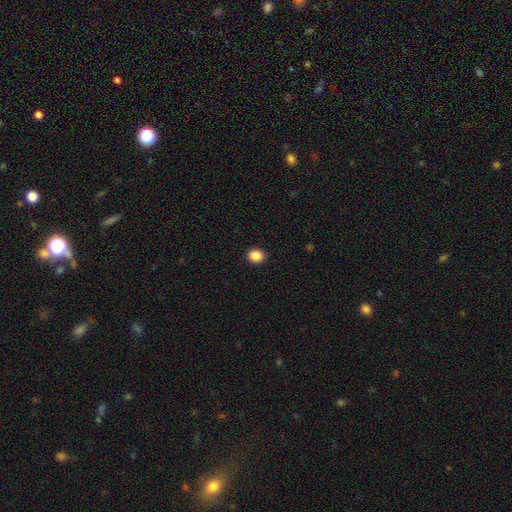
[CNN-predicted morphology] Q: Smooth or featured?
A: smooth (88%); runner-up: star or artifact (9%)
Q: How rounded?
A: round (69%); runner-up: in between (30%)
Q: Merging?
A: none (92%); runner-up: minor disturbance (6%)